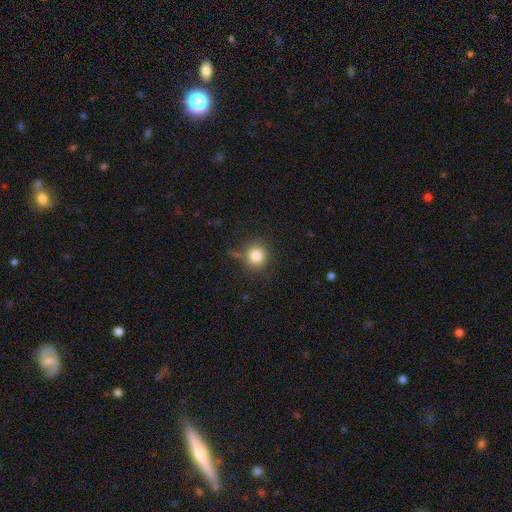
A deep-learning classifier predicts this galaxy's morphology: Smooth or featured? Predicted: smooth (p=0.81). How rounded? Predicted: round (p=0.86). Merging? Predicted: none (p=0.76).